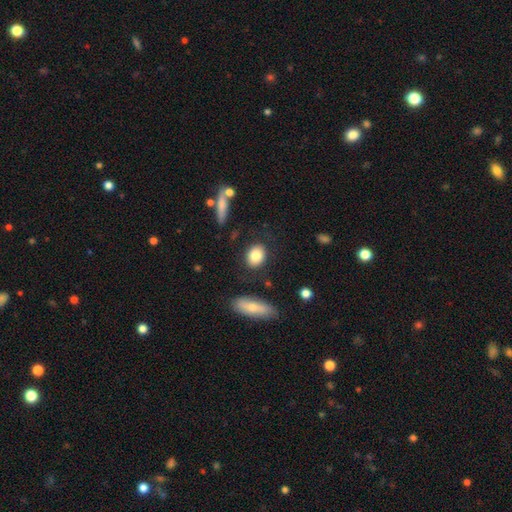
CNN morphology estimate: smooth-or-featured: smooth: 83% | featured or disk: 10% | star or artifact: 8%
  how-rounded: in between: 55% | round: 43% | cigar-shaped: 2%
  merging: none: 81% | minor disturbance: 11% | merger: 4% | major disturbance: 4%